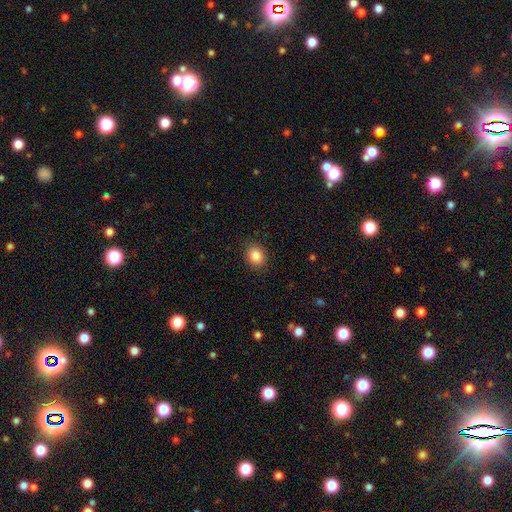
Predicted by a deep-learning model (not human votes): smooth 86%, star or artifact 9%, featured or disk 5%. Down the decision tree: how rounded — round (61%); merging — none (88%).